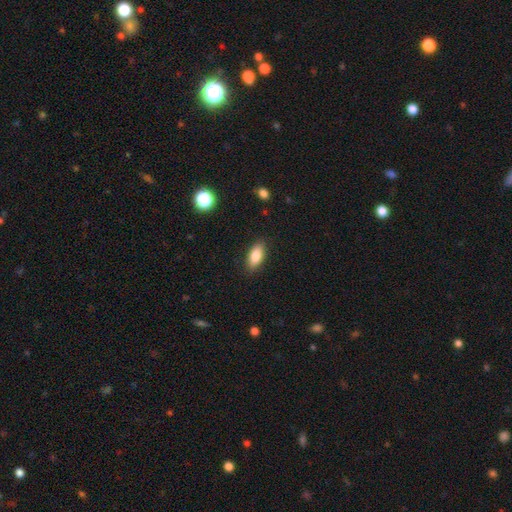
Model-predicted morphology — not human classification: smooth 84%, featured or disk 9%, star or artifact 7%. Down the decision tree: how rounded — in between (85%); merging — none (87%).